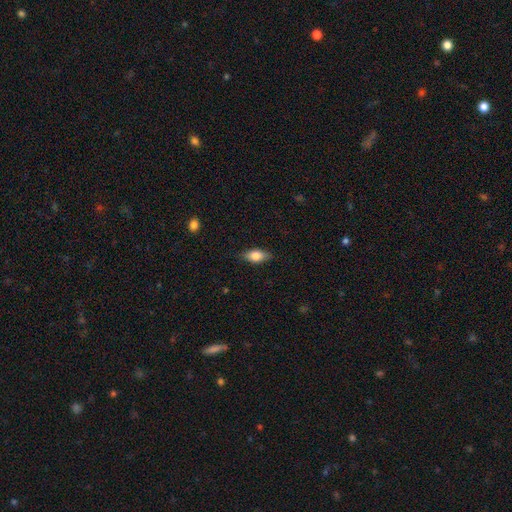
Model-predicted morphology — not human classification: smooth 77%, featured or disk 16%, star or artifact 7%. Down the decision tree: how rounded — in between (85%); merging — none (83%).